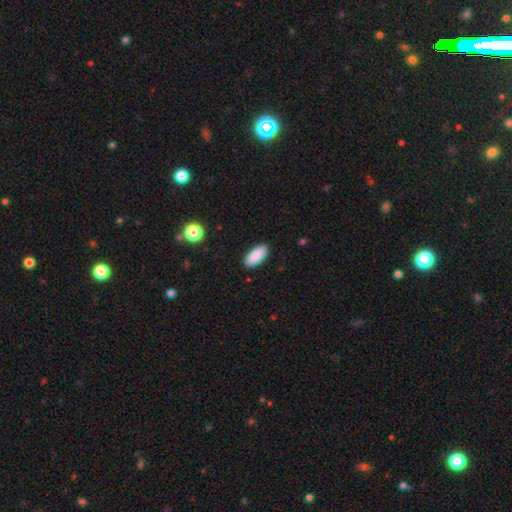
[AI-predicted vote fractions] Smooth or featured? smooth (89%)
How rounded? in between (87%)
Merging? none (89%)